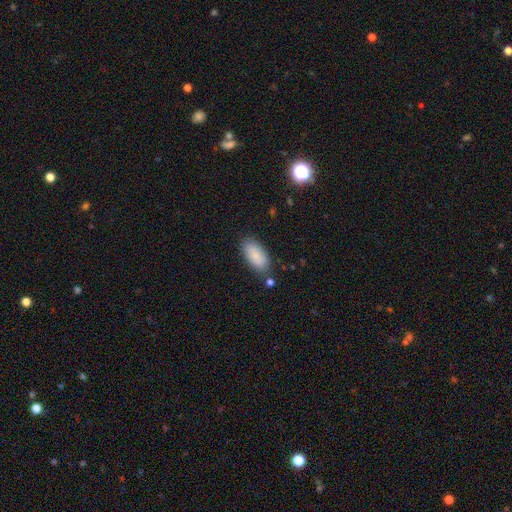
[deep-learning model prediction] Q: Smooth or featured?
A: smooth (88%); runner-up: star or artifact (6%)
Q: How rounded?
A: in between (90%); runner-up: cigar-shaped (8%)
Q: Merging?
A: none (80%); runner-up: minor disturbance (14%)